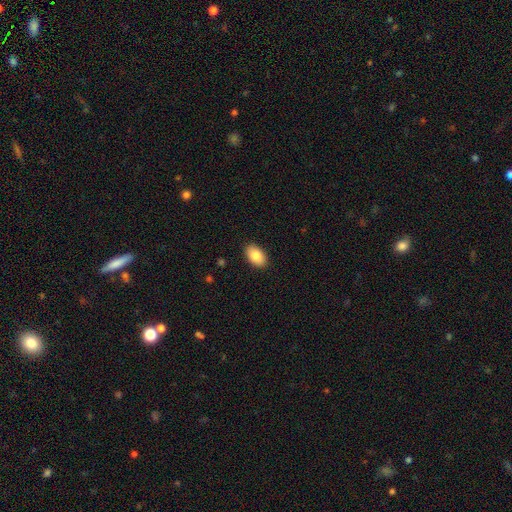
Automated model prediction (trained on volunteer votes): The model was most divided on "smooth or featured": smooth: 86%, featured or disk: 8%, star or artifact: 7%. More confident: how rounded — in between (94%); merging — none (90%).